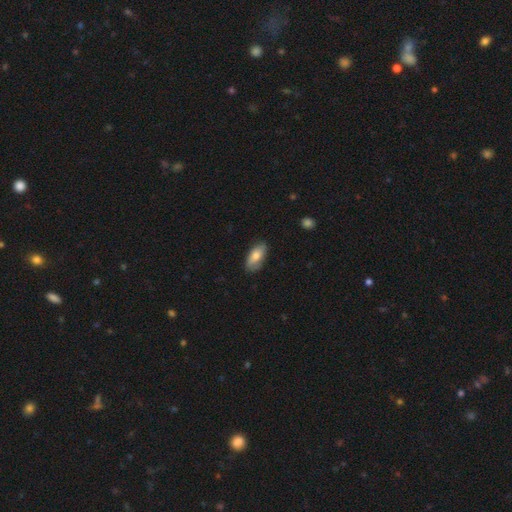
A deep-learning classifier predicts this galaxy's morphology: Smooth or featured? smooth (72%)
How rounded? in between (90%)
Merging? none (78%)